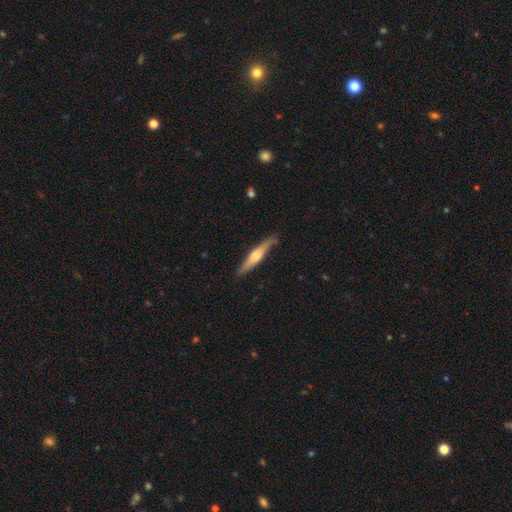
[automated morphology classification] This is possibly a featured or disk galaxy (58%). It is clearly viewed edge-on (95%). Edge-on bulge: clearly rounded (83%). Merging: clearly none (83%).